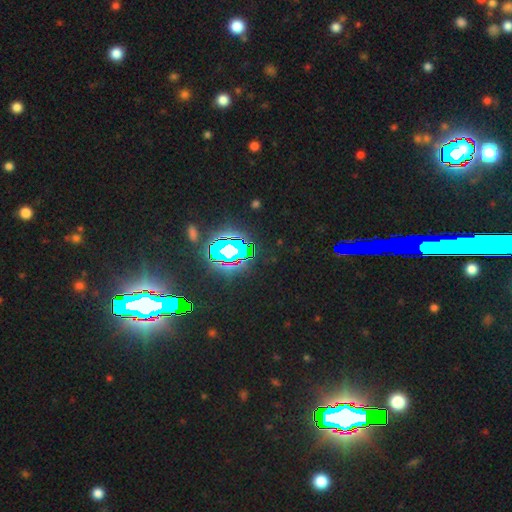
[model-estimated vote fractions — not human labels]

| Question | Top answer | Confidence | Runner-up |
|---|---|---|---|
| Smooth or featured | star or artifact | 83% | smooth (8%) |